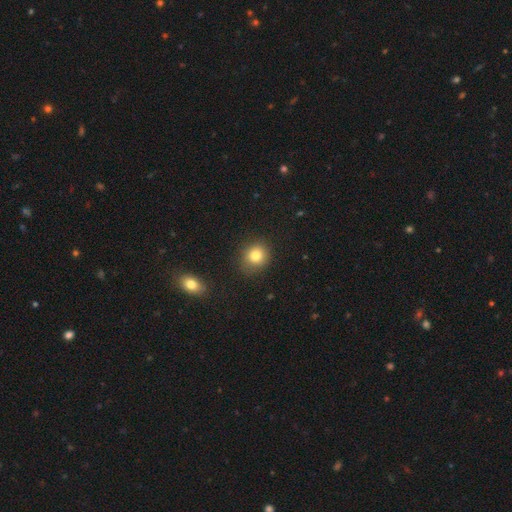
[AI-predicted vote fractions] Smooth or featured: smooth — 81% (star or artifact — 11%)
How rounded: round — 78% (in between — 22%)
Merging: none — 81% (minor disturbance — 13%)